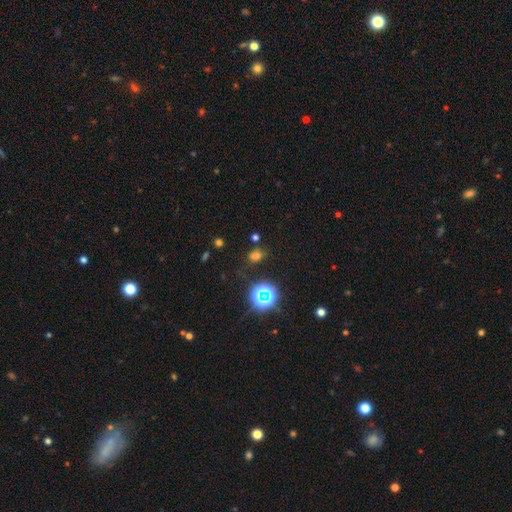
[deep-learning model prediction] Smooth or featured? Predicted: smooth (p=0.63). How rounded? Predicted: in between (p=0.52). Merging? Predicted: none (p=0.77).